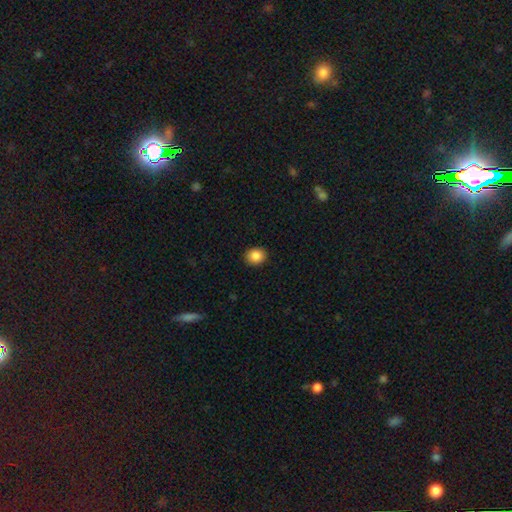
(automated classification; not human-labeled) Smooth or featured: smooth — 87% (star or artifact — 9%)
How rounded: round — 74% (in between — 25%)
Merging: none — 90% (minor disturbance — 7%)